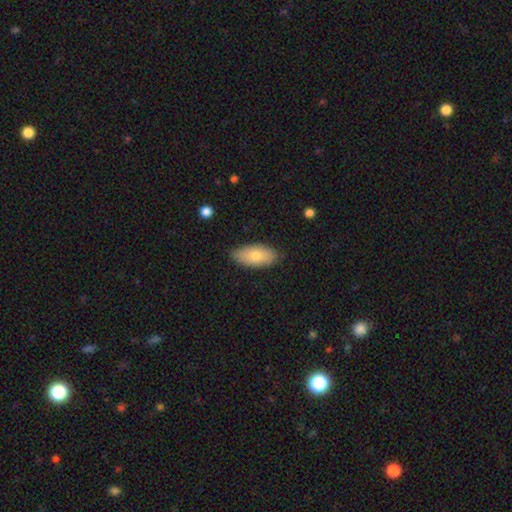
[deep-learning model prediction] Q: Smooth or featured?
A: smooth (78%); runner-up: featured or disk (16%)
Q: How rounded?
A: in between (92%); runner-up: cigar-shaped (6%)
Q: Merging?
A: none (80%); runner-up: minor disturbance (16%)